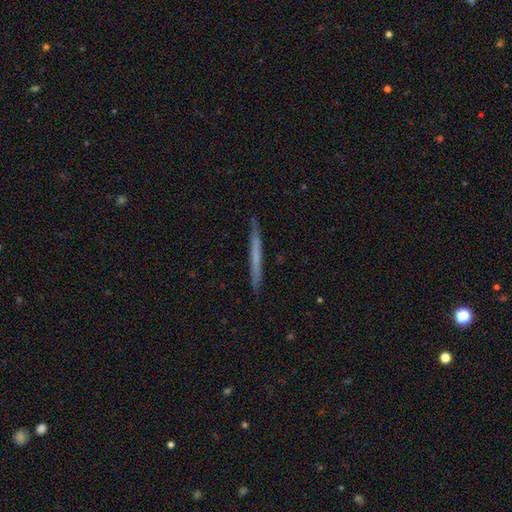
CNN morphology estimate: Smooth or featured? Predicted: smooth (p=0.51). How rounded? Predicted: cigar-shaped (p=0.97). Merging? Predicted: none (p=0.90).